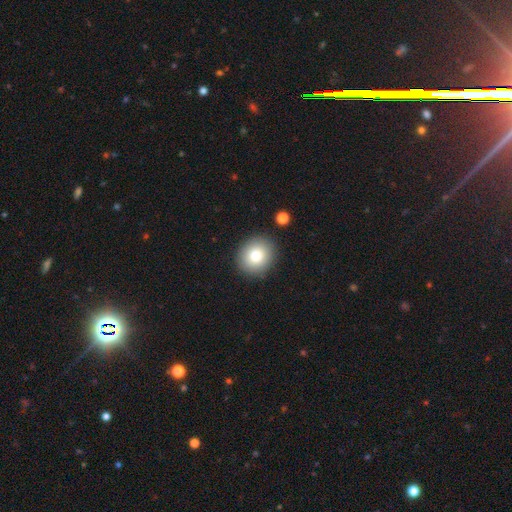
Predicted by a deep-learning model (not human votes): Smooth or featured? Predicted: smooth (p=0.81). How rounded? Predicted: round (p=0.76). Merging? Predicted: none (p=0.88).